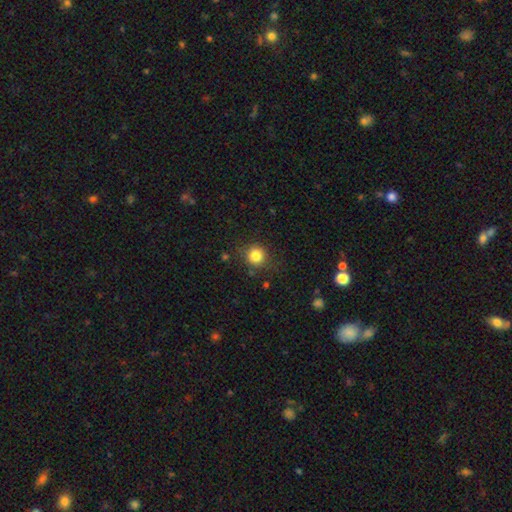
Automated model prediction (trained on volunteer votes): smooth 83%, star or artifact 12%, featured or disk 6%. Down the decision tree: how rounded — round (90%); merging — none (82%).